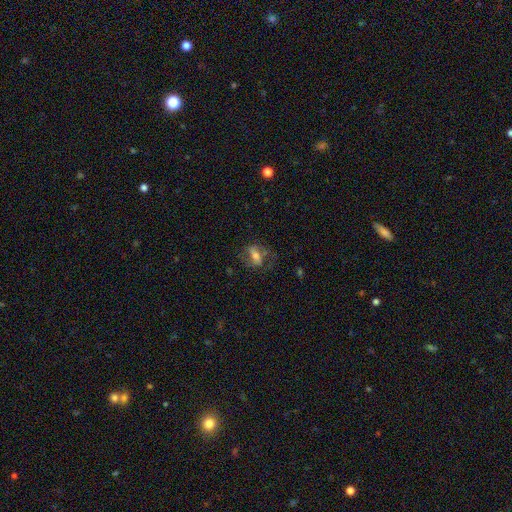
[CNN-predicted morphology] Smooth or featured? Predicted: featured or disk (p=0.47). Merging? Predicted: none (p=0.62).